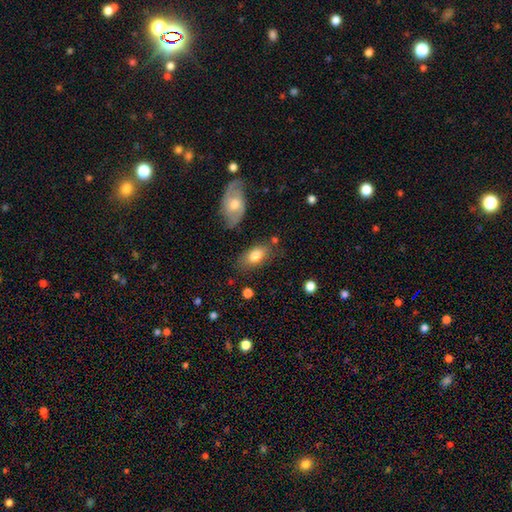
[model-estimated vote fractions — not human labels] smooth_or_featured: smooth (p=0.80) [alt: featured or disk p=0.14]
how_rounded: in between (p=0.92) [alt: round p=0.05]
merging: none (p=0.73) [alt: minor disturbance p=0.17]